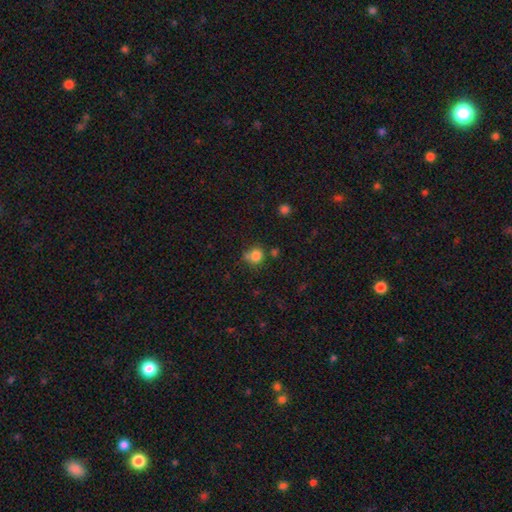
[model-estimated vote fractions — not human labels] Smooth or featured? Predicted: smooth (p=0.81). How rounded? Predicted: round (p=0.85). Merging? Predicted: none (p=0.58).